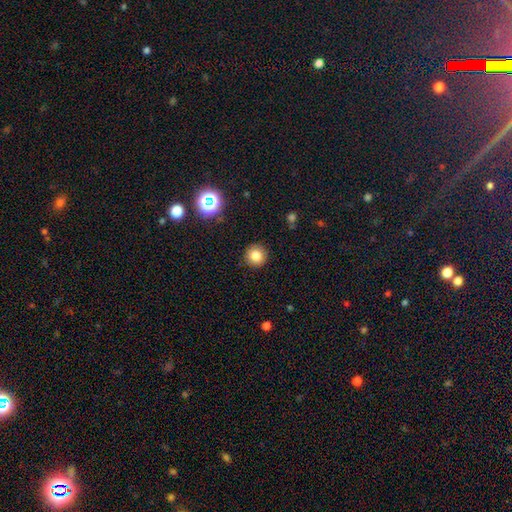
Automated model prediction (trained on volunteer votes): smooth 81%, star or artifact 13%, featured or disk 7%. Down the decision tree: how rounded — round (94%); merging — none (91%).